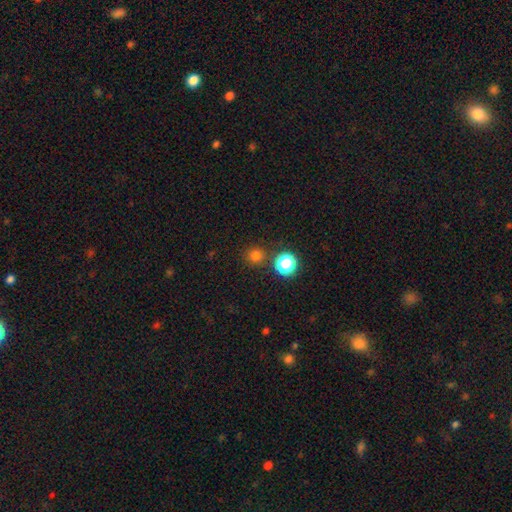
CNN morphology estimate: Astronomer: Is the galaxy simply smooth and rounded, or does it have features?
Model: smooth — 75%.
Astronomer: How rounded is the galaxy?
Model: round — 92%.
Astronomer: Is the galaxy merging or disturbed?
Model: none — 83%.